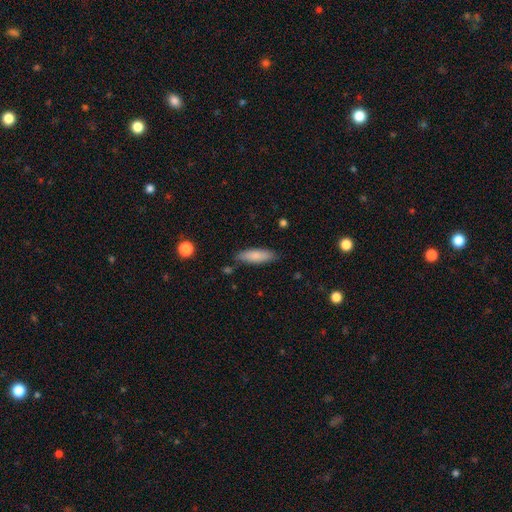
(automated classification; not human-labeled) Smooth or featured: smooth — 83% (featured or disk — 11%)
How rounded: in between — 53% (cigar-shaped — 45%)
Merging: none — 80% (minor disturbance — 14%)